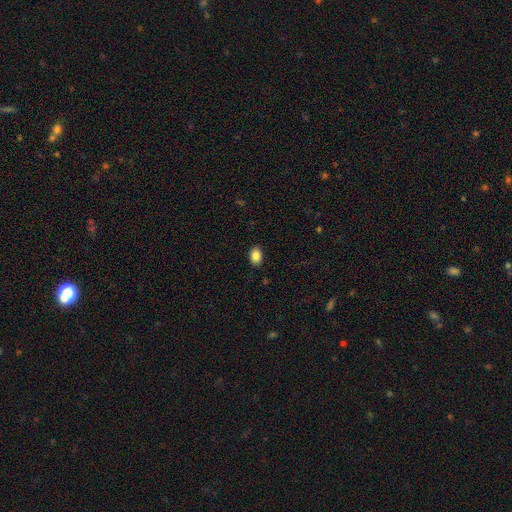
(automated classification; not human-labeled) Smooth or featured: smooth — 87% (star or artifact — 8%)
How rounded: in between — 81% (round — 18%)
Merging: none — 89% (minor disturbance — 8%)